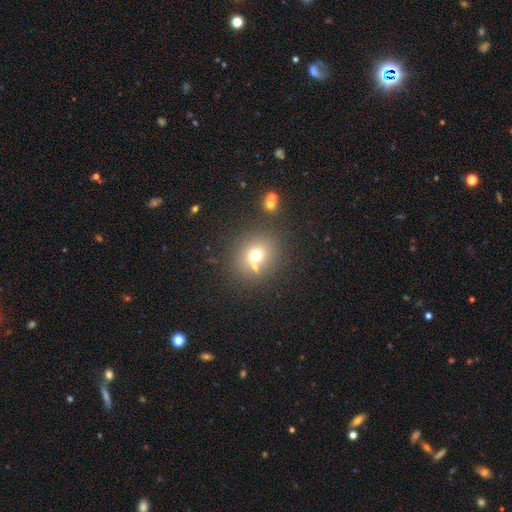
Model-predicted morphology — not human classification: A smooth galaxy with no disk features (68%) that is round (82%). Merging: none (66%).